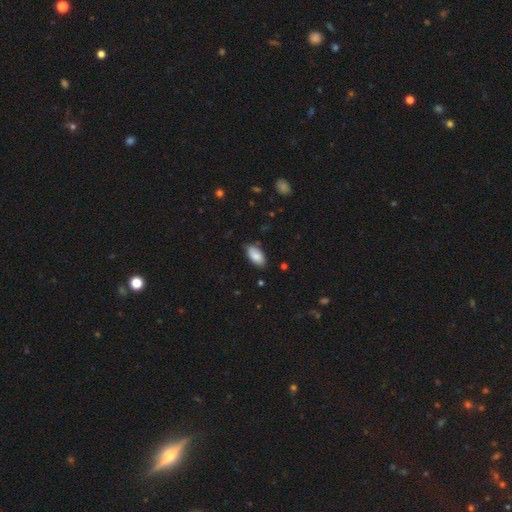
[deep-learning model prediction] Smooth or featured: smooth — 86% (featured or disk — 8%)
How rounded: in between — 94% (cigar-shaped — 4%)
Merging: none — 79% (minor disturbance — 16%)